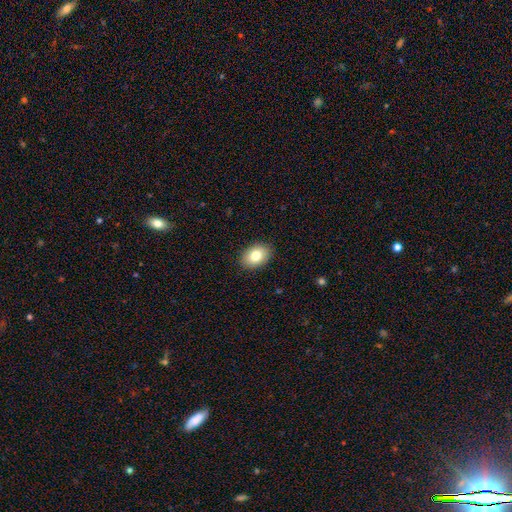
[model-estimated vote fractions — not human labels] A smooth galaxy with no disk features (81%) that is in between round and cigar-shaped (76%). Merging: none (89%).